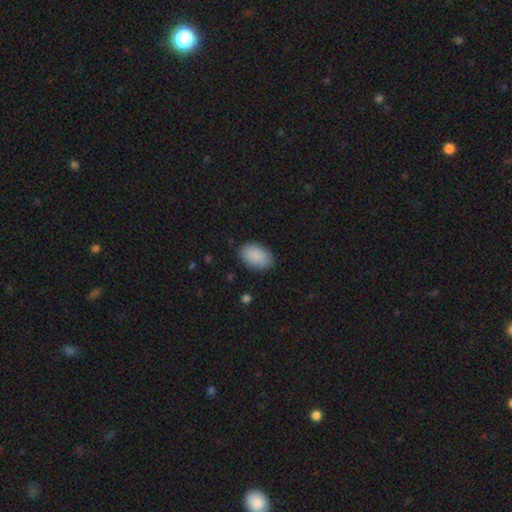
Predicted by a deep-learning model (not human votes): This is clearly a smooth galaxy (90%). How rounded: clearly in between (91%). Merging: clearly none (85%).